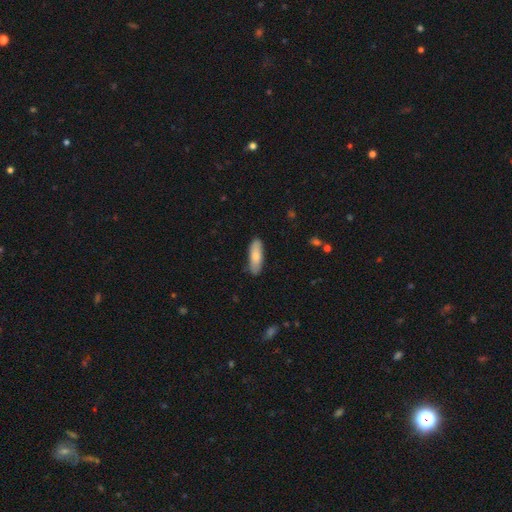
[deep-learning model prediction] A smooth galaxy with no disk features (79%) that is in between round and cigar-shaped (54%). Merging: none (86%).